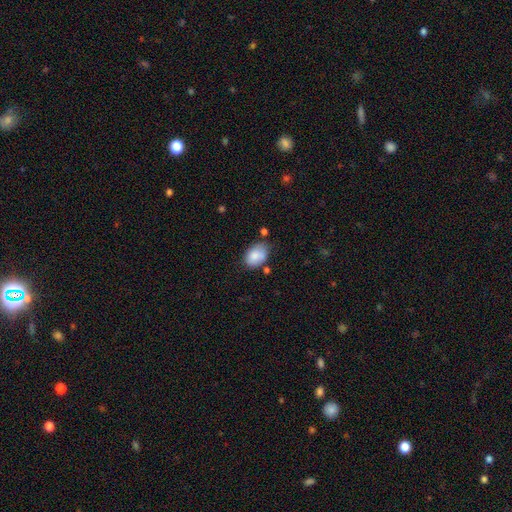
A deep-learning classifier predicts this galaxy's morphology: The model was most divided on "merging": none: 60%, minor disturbance: 26%, merger: 8%, major disturbance: 6%. More confident: smooth or featured — smooth (83%); how rounded — in between (82%).